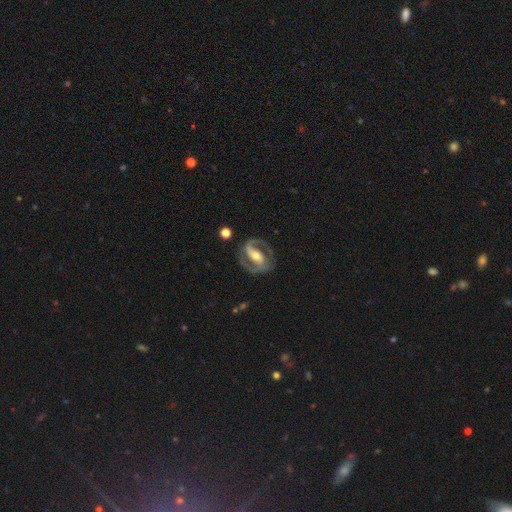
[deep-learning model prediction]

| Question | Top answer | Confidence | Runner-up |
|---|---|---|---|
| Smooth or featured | featured or disk | 89% | smooth (7%) |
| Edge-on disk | no | 96% | yes (4%) |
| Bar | strong | 55% | weak (27%) |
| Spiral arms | yes | 95% | no (5%) |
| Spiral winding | medium | 55% | tight (30%) |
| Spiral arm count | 2 | 91% | 1 (4%) |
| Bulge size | moderate | 64% | small (28%) |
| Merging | none | 79% | minor disturbance (13%) |